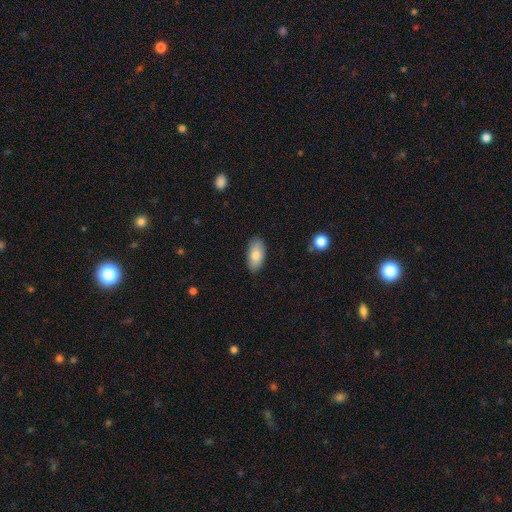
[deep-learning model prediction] smooth-or-featured: smooth: 80% | featured or disk: 13% | star or artifact: 6%
  how-rounded: in between: 92% | cigar-shaped: 5% | round: 3%
  merging: none: 86% | minor disturbance: 11% | major disturbance: 2% | merger: 1%